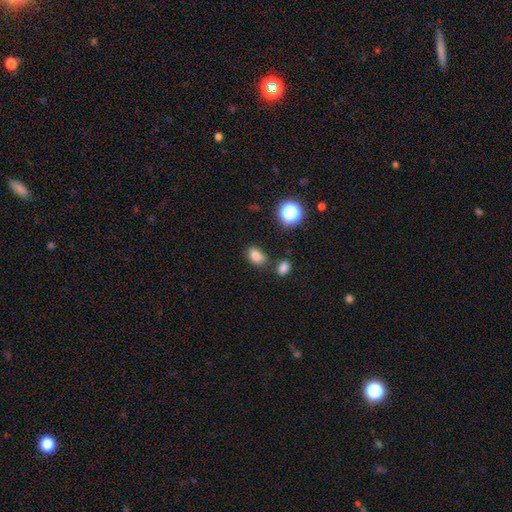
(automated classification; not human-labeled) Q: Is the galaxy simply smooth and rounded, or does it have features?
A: smooth — 80%.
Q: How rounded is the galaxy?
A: in between — 79%.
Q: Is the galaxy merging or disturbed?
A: none — 70%.